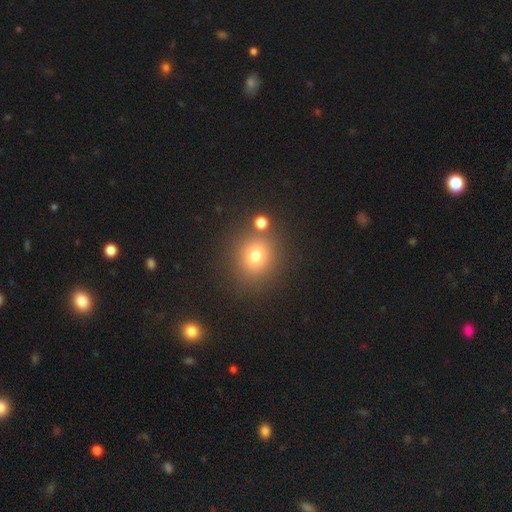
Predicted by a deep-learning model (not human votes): A smooth galaxy with no disk features (75%) that is round (85%).

Vote fractions:
- Smooth or featured? smooth: 75% / star or artifact: 17% / featured or disk: 9%
- How rounded? round: 85% / in between: 14% / cigar-shaped: 1%
- Merging? none: 79% / merger: 10% / minor disturbance: 8% / major disturbance: 3%